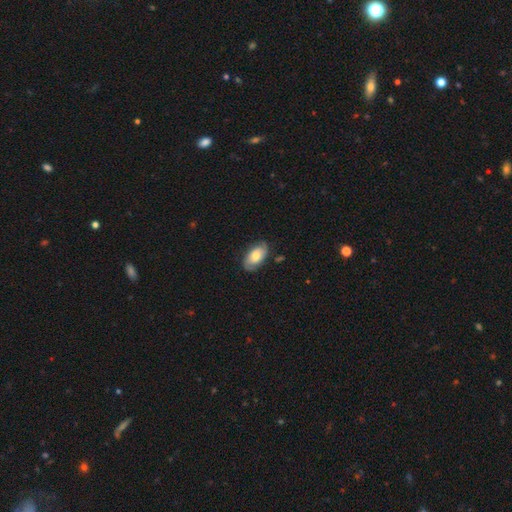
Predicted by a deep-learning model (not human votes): This appears to be a smooth galaxy with no disk features (49%). Merging: none (78%).